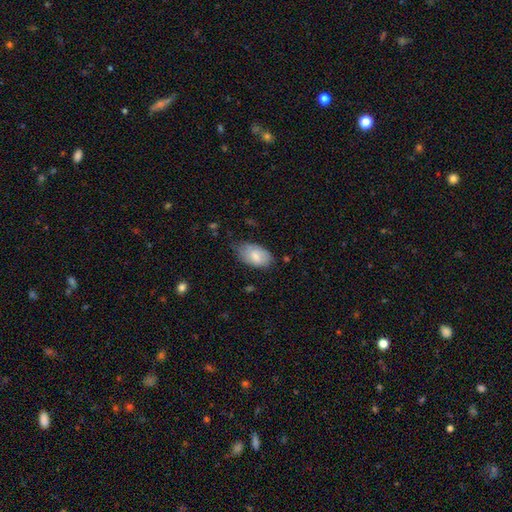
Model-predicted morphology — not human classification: type=smooth (75%); roundness=in between (93%); merging=none (55%).